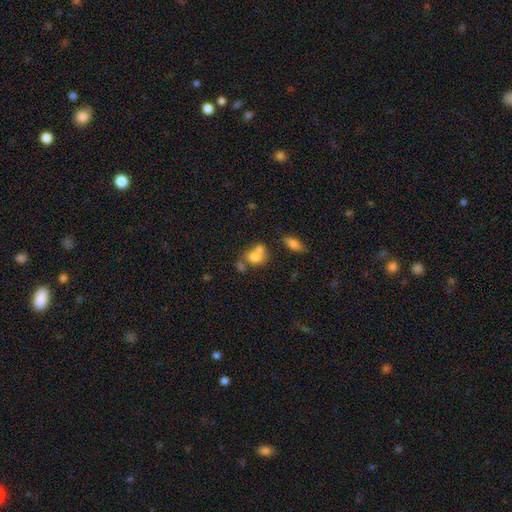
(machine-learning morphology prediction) Smooth or featured? Predicted: smooth (p=0.72). How rounded? Predicted: in between (p=0.56). Merging? Predicted: merger (p=0.52).